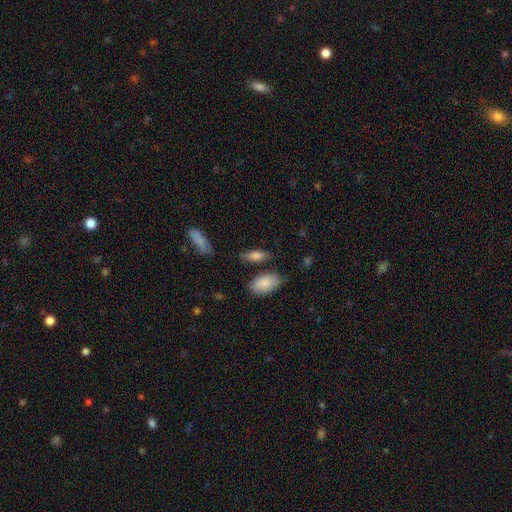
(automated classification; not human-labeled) The model was most divided on "how rounded": in between: 72%, cigar-shaped: 25%, round: 4%. More confident: smooth or featured — smooth (80%); merging — none (75%).